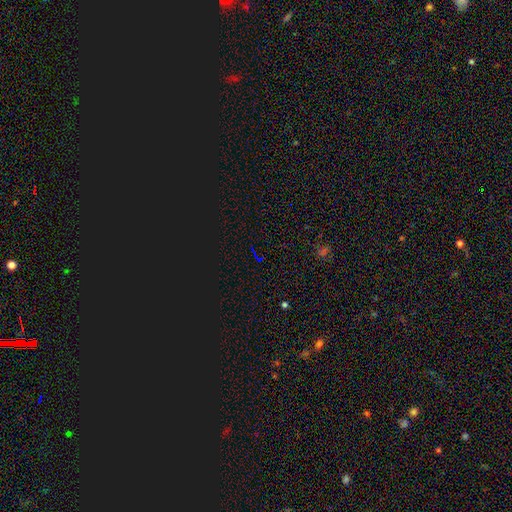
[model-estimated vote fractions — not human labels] Smooth or featured? Predicted: star or artifact (p=0.78).